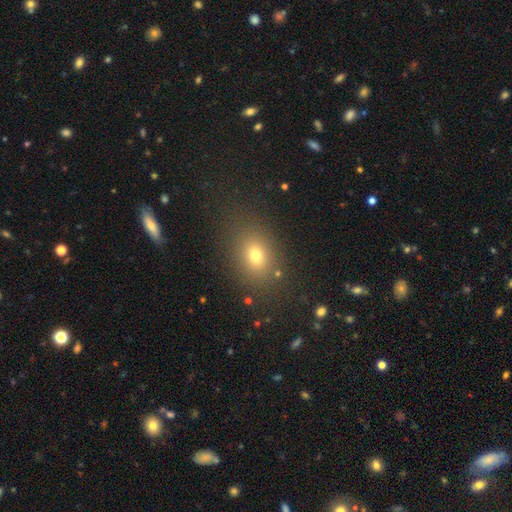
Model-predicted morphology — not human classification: Smooth or featured? smooth (71%)
How rounded? in between (63%)
Merging? none (82%)